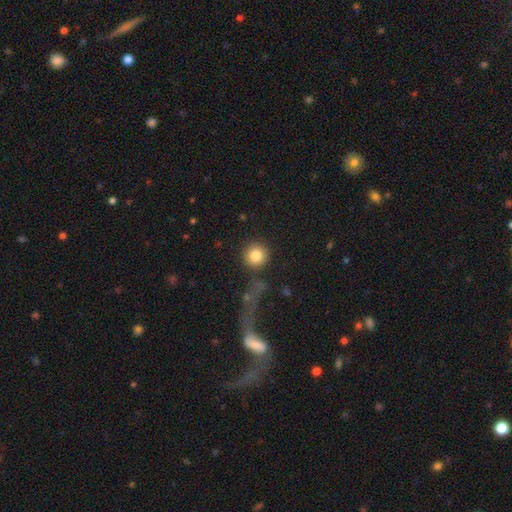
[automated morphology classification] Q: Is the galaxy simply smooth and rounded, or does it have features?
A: smooth — 84%.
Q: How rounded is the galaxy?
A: round — 95%.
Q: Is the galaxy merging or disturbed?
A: none — 82%.